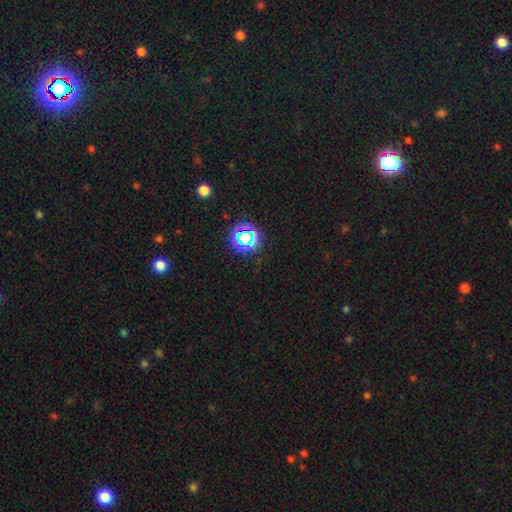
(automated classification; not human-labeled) Q: Smooth or featured?
A: star or artifact (61%); runner-up: smooth (32%)